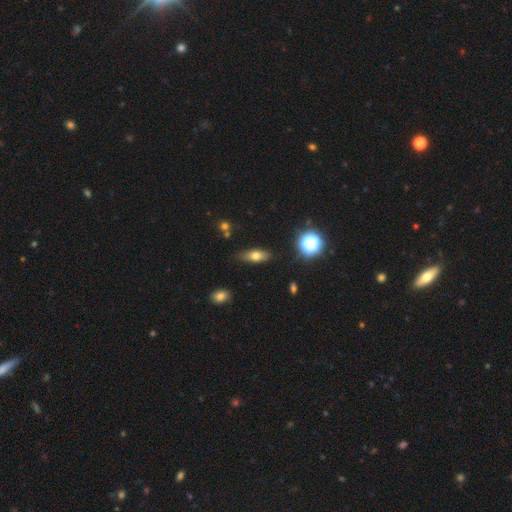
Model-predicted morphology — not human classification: smooth-or-featured: smooth: 66% | featured or disk: 23% | star or artifact: 11%
  how-rounded: in between: 67% | cigar-shaped: 25% | round: 8%
  merging: none: 79% | minor disturbance: 15% | major disturbance: 3% | merger: 3%